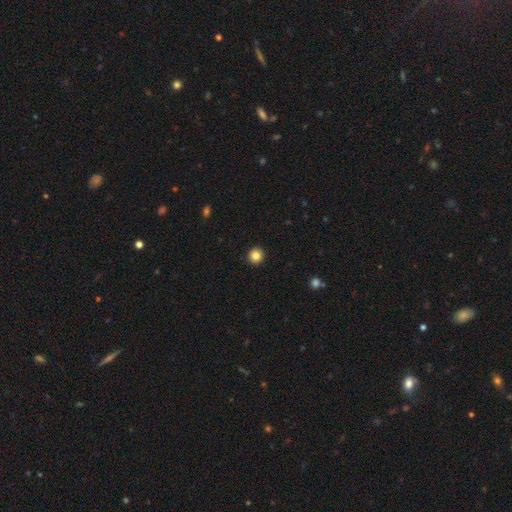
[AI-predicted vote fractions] Overall: smooth (84%). How rounded: round (95%). Merging: none (94%).